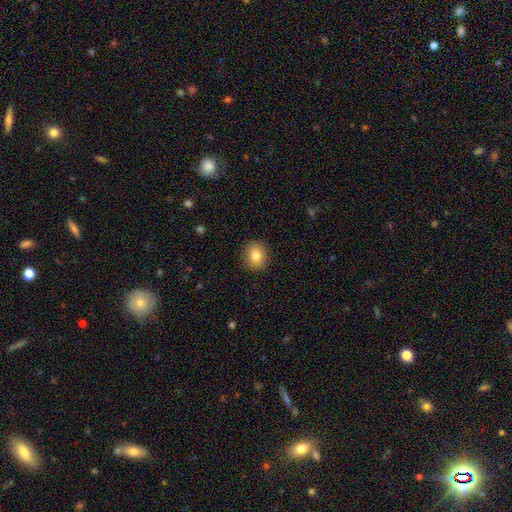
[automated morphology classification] This appears to be a smooth galaxy with no disk features (81%) that is round (74%). Merging: none (90%).